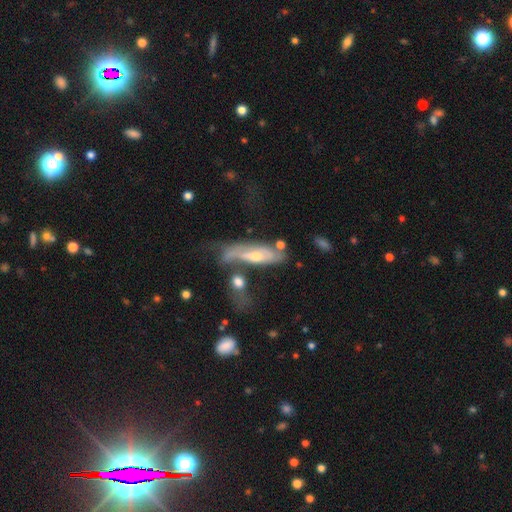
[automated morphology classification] The model was most divided on "merging": major disturbance: 29%, none: 27%, merger: 23%, minor disturbance: 21%. More confident: edge-on disk — no (66%); smooth or featured — featured or disk (62%).